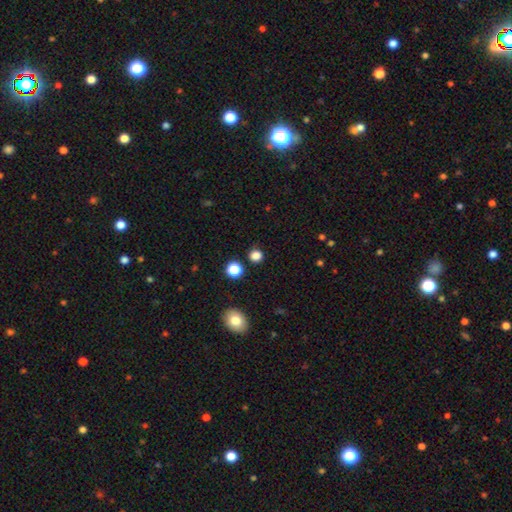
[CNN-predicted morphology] This is clearly a smooth galaxy (81%). How rounded: clearly round (88%). Merging: clearly none (87%).